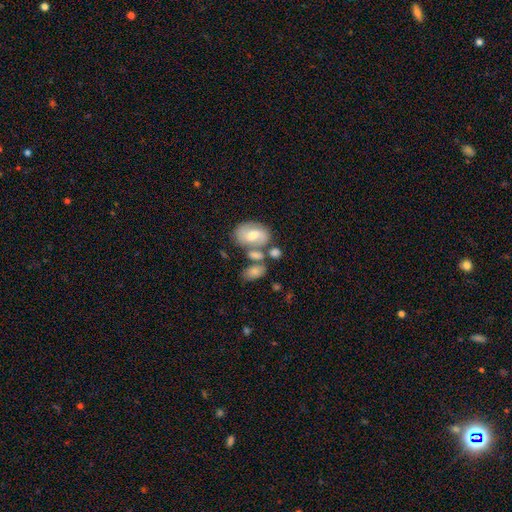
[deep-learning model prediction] A smooth galaxy with no disk features (55%) that is in between round and cigar-shaped (81%). Merging: none (45%).